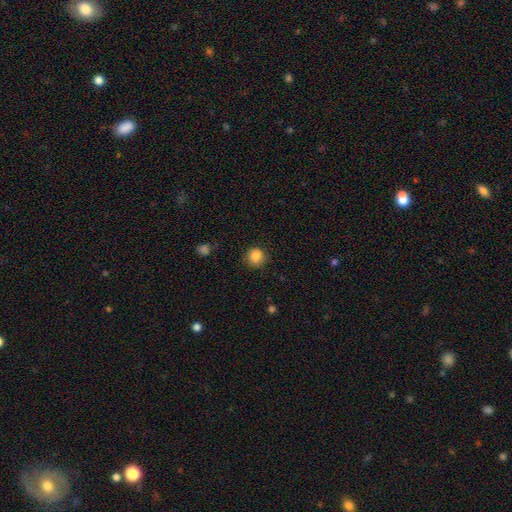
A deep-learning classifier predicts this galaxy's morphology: Smooth or featured: smooth — 86% (star or artifact — 10%)
How rounded: round — 92% (in between — 7%)
Merging: none — 86% (minor disturbance — 10%)